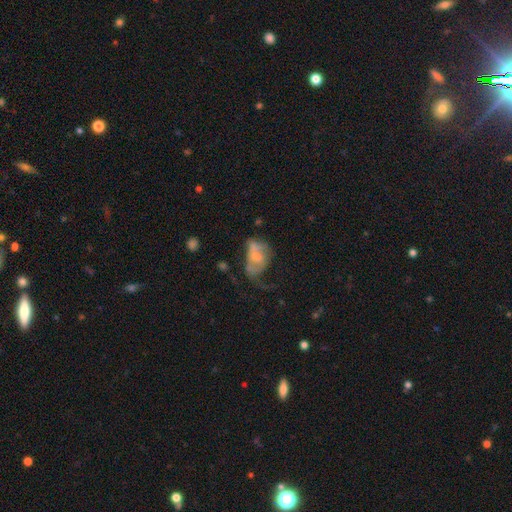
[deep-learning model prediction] Smooth or featured? smooth (47%)
Merging? major disturbance (44%)